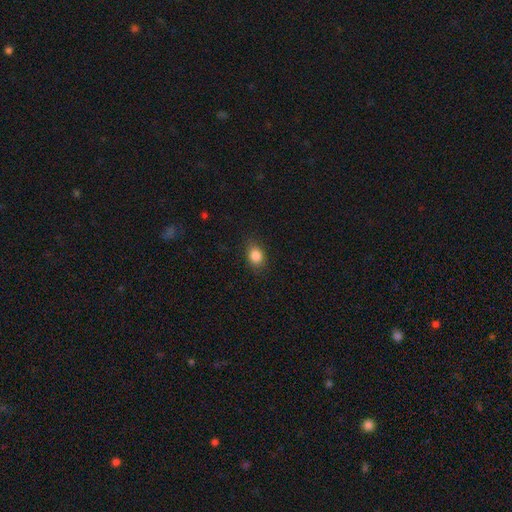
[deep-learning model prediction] smooth_or_featured: smooth (p=0.85) [alt: star or artifact p=0.10]
how_rounded: in between (p=0.59) [alt: round p=0.40]
merging: none (p=0.83) [alt: minor disturbance p=0.12]